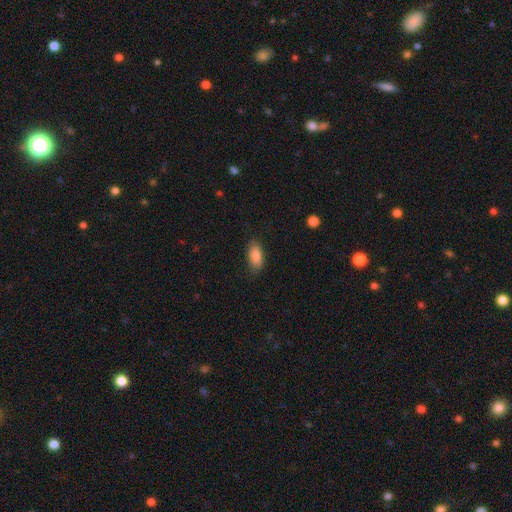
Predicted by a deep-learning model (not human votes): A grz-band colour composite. It shows a smooth galaxy with no disk features (86%) that is in between round and cigar-shaped (89%). Merging: none (82%).